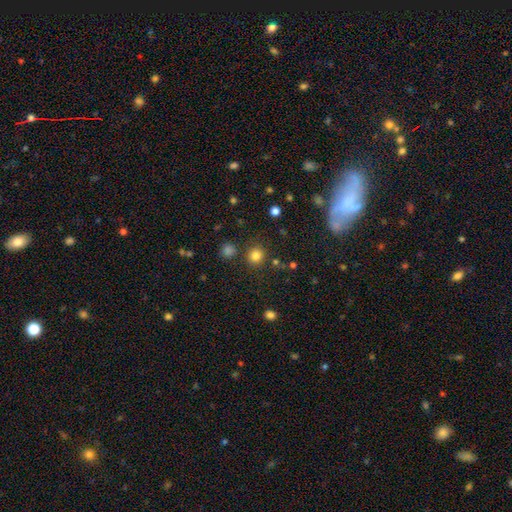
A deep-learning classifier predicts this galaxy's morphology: smooth 81%, star or artifact 14%, featured or disk 5%. Down the decision tree: how rounded — round (90%); merging — none (85%).